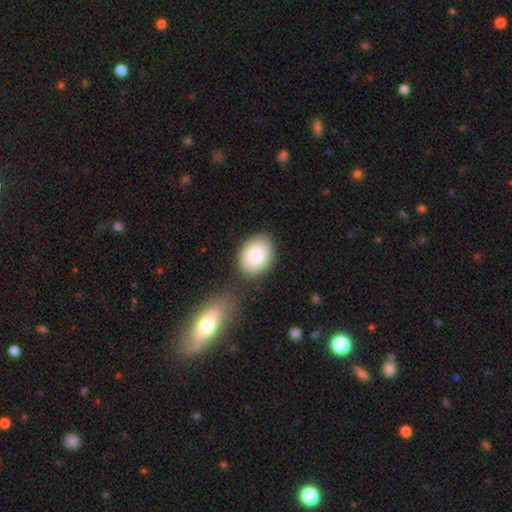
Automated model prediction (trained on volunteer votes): This is clearly a smooth galaxy (83%). How rounded: likely in between (69%). Merging: likely none (75%).